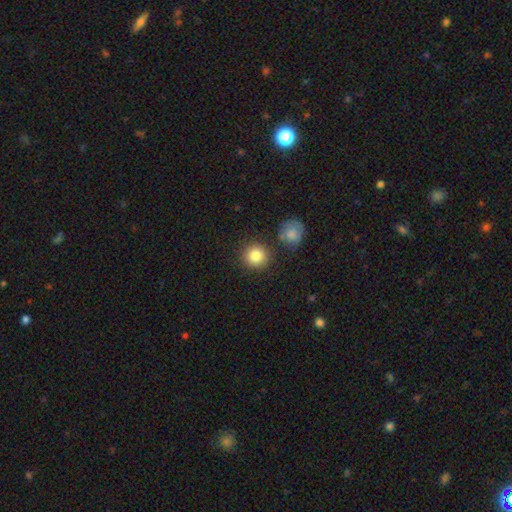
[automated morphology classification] This is clearly a smooth galaxy (85%). How rounded: clearly round (93%). Merging: clearly none (84%).